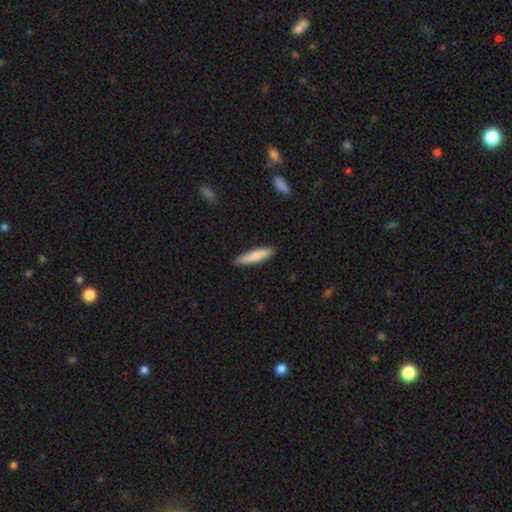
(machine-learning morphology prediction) This is likely a smooth galaxy (79%). How rounded: clearly cigar-shaped (85%). Merging: clearly none (88%).